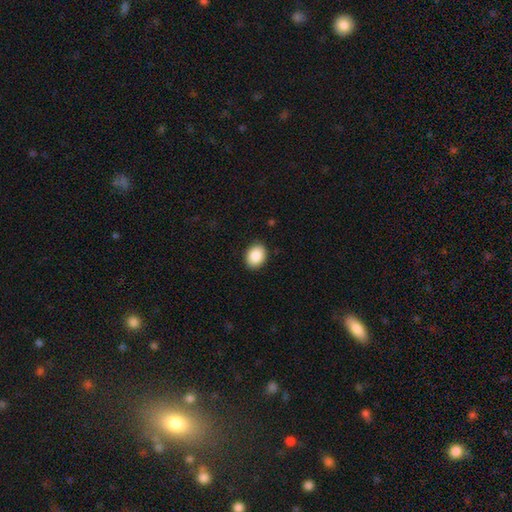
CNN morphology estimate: Q: Smooth or featured?
A: smooth (89%); runner-up: star or artifact (7%)
Q: How rounded?
A: in between (67%); runner-up: round (32%)
Q: Merging?
A: none (90%); runner-up: minor disturbance (7%)